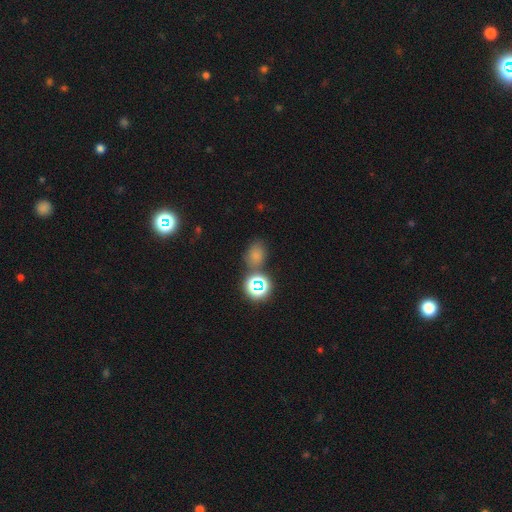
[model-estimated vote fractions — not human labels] Smooth or featured?
  - smooth: 65% *
  - star or artifact: 27%
  - featured or disk: 8%
How rounded?
  - in between: 54% *
  - round: 44%
  - cigar-shaped: 1%
Merging?
  - none: 64% *
  - minor disturbance: 16%
  - merger: 15%
  - major disturbance: 6%